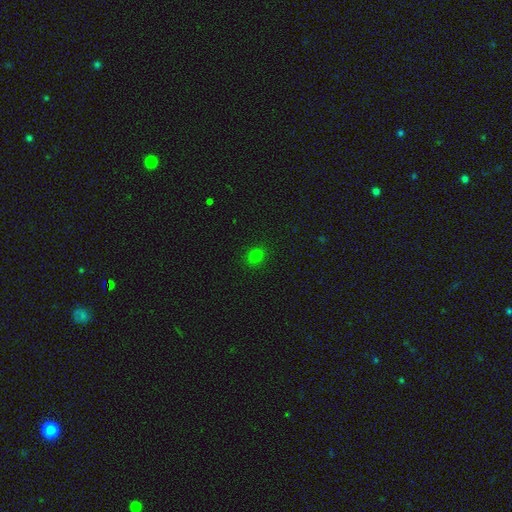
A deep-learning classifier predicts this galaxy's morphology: This appears to be a smooth galaxy with no disk features (76%) that is round (74%). Merging: none (90%).